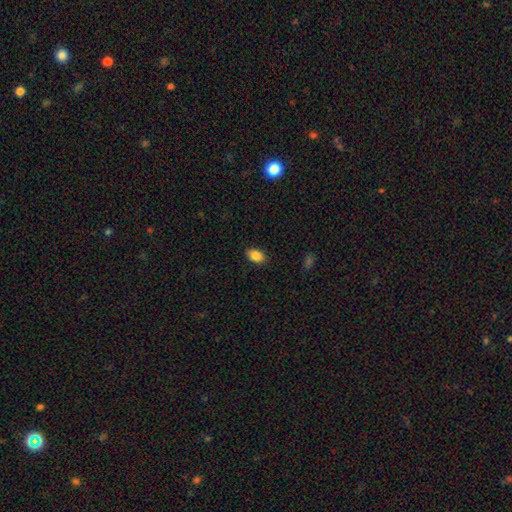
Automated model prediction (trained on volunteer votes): Overall: smooth (87%). How rounded: in between (89%). Merging: none (88%).